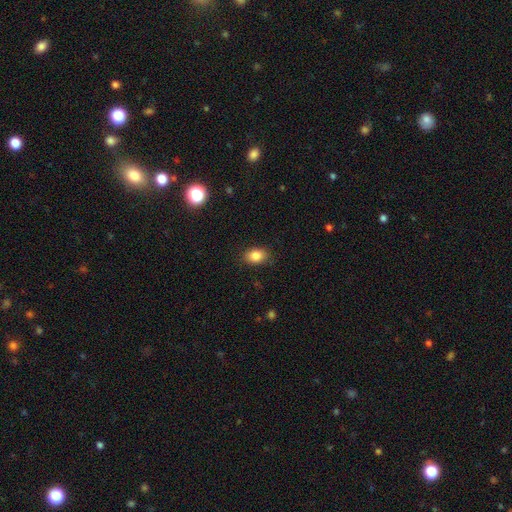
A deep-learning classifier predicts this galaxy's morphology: Smooth or featured?
  - smooth: 85% *
  - star or artifact: 9%
  - featured or disk: 6%
How rounded?
  - in between: 75% *
  - round: 24%
  - cigar-shaped: 1%
Merging?
  - none: 86% *
  - minor disturbance: 10%
  - major disturbance: 3%
  - merger: 1%